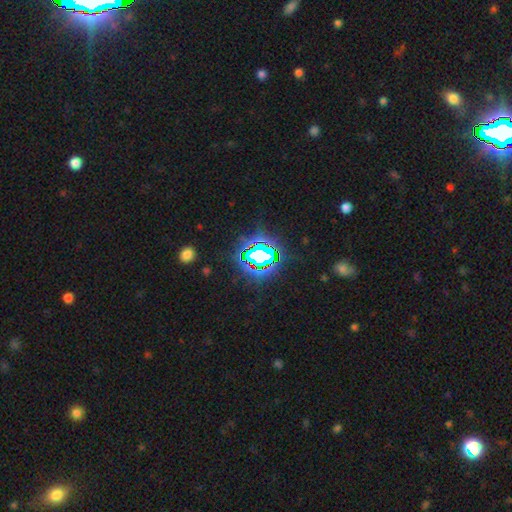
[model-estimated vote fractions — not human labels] A star or artifact, not a galaxy (76%).